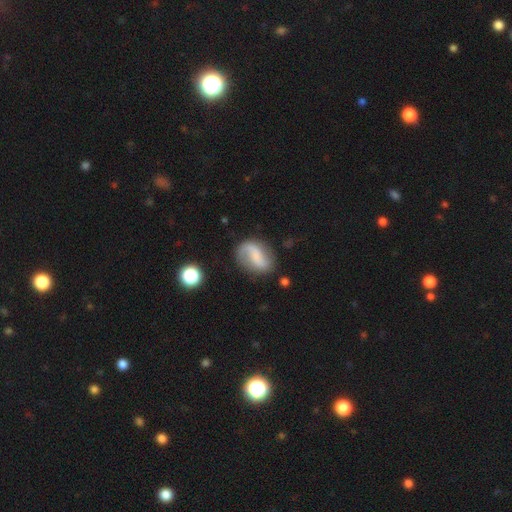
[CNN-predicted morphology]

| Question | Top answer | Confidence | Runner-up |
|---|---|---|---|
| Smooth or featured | featured or disk | 66% | smooth (26%) |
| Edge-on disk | no | 97% | yes (3%) |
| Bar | weak | 38% | strong (31%) |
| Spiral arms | yes | 91% | no (9%) |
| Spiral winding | loose | 63% | medium (28%) |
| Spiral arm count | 2 | 80% | 1 (13%) |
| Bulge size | none | 51% | small (26%) |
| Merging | none | 70% | minor disturbance (18%) |